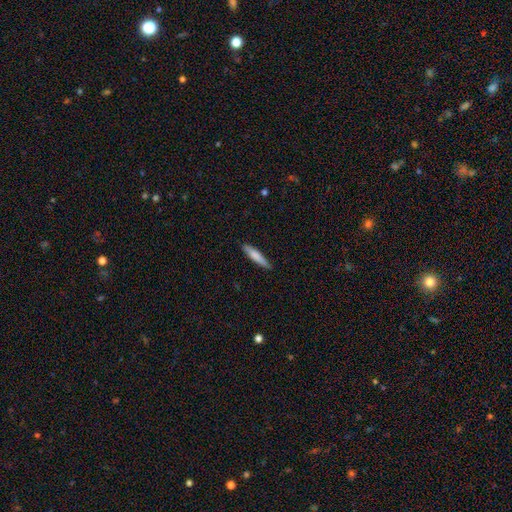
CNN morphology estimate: Q: Smooth or featured?
A: smooth (76%); runner-up: featured or disk (19%)
Q: How rounded?
A: cigar-shaped (88%); runner-up: in between (11%)
Q: Merging?
A: none (88%); runner-up: minor disturbance (9%)